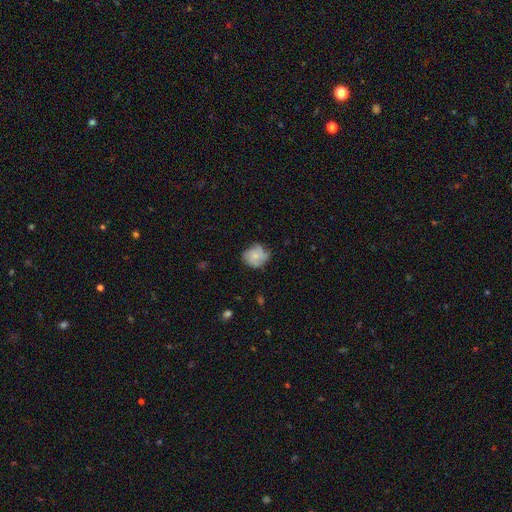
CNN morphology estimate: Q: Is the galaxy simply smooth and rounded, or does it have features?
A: smooth — 54%.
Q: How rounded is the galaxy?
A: round — 71%.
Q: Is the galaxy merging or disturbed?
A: none — 61%.